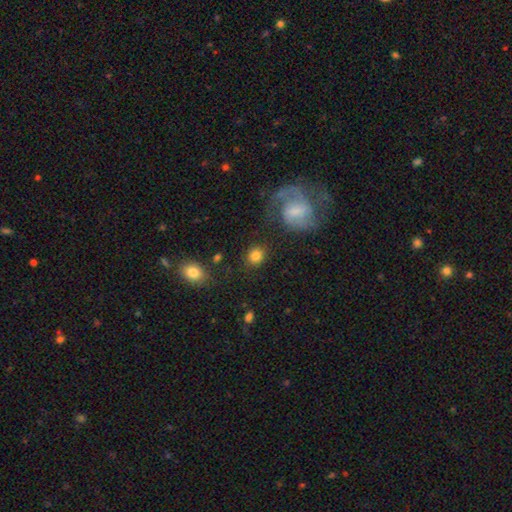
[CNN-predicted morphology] smooth-or-featured: smooth: 79% | featured or disk: 12% | star or artifact: 9%
  how-rounded: round: 74% | in between: 25% | cigar-shaped: 1%
  merging: none: 82% | minor disturbance: 9% | major disturbance: 5% | merger: 4%